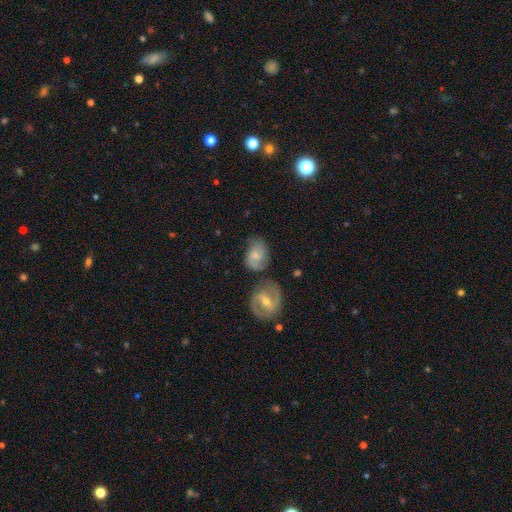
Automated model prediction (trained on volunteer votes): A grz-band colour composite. It shows a featured or disk galaxy (54%) with a weak bar (45%), spiral arms (88%) and a moderate central bulge (46%). Merging: none (49%).